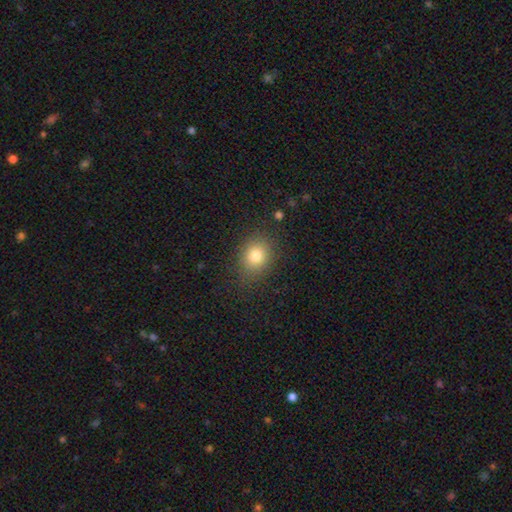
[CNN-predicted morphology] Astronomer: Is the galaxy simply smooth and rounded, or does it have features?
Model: smooth — 79%.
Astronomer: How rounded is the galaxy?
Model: round — 58% (runner-up: in between, 41%).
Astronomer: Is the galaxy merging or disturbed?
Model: none — 83%.